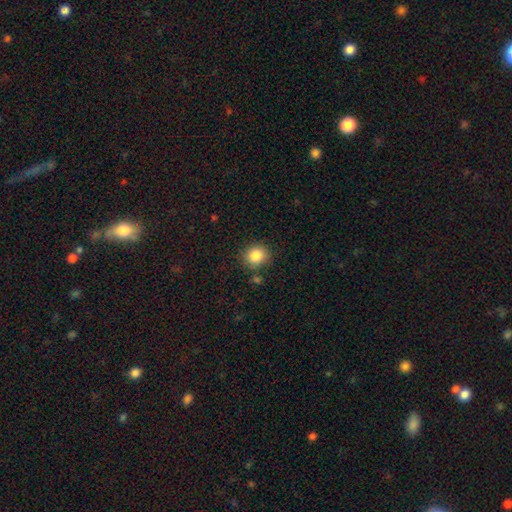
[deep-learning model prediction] Smooth or featured? Predicted: smooth (p=0.86). How rounded? Predicted: round (p=0.80). Merging? Predicted: none (p=0.82).